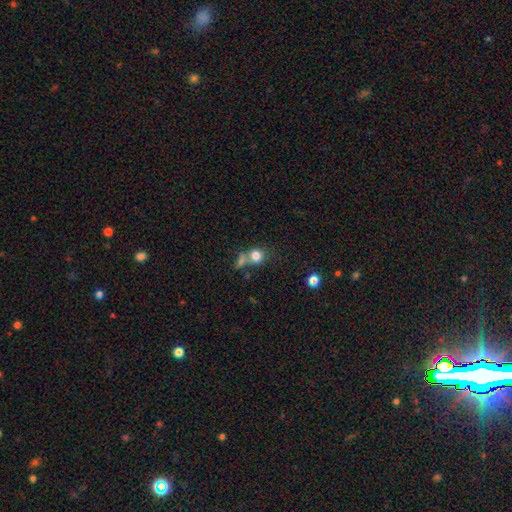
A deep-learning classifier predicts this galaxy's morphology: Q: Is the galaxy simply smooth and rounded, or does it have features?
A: smooth — 78%.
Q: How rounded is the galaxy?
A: round — 79%.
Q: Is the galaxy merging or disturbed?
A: none — 47%.